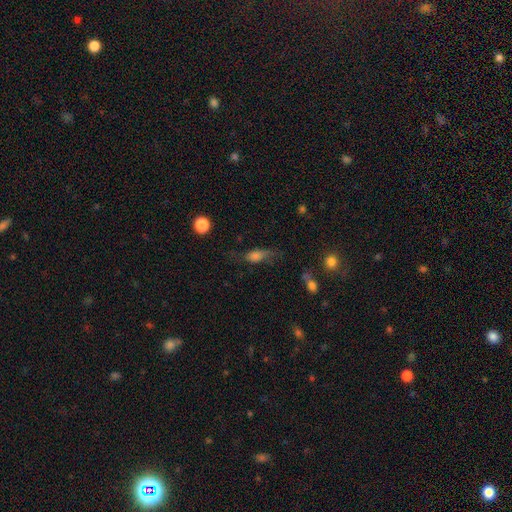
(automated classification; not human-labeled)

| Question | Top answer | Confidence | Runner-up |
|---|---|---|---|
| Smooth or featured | smooth | 60% | featured or disk (26%) |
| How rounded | in between | 64% | cigar-shaped (27%) |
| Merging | none | 47% | minor disturbance (28%) |